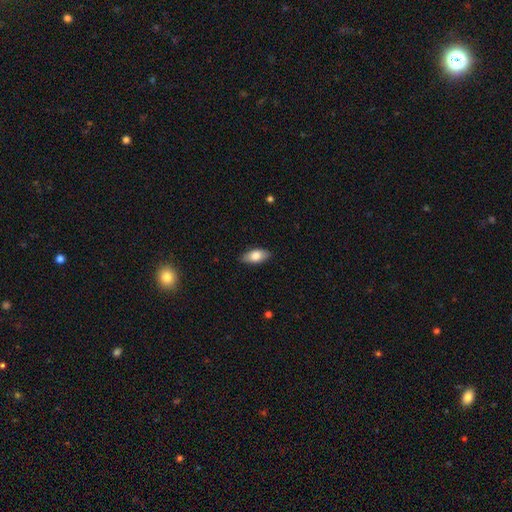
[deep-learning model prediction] Smooth or featured? smooth (79%)
How rounded? in between (89%)
Merging? none (87%)